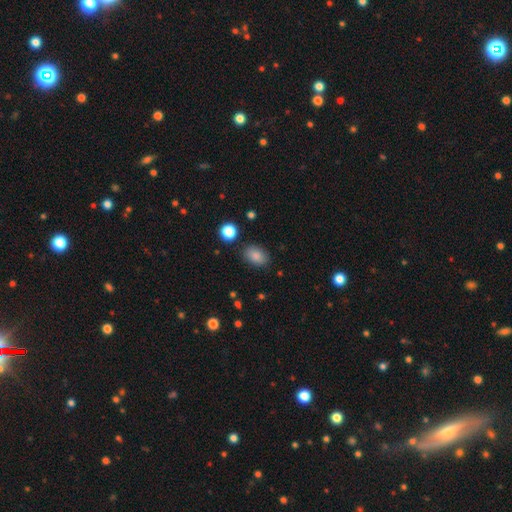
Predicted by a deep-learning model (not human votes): The model was most divided on "how rounded": in between: 82%, round: 17%, cigar-shaped: 1%. More confident: smooth or featured — smooth (86%); merging — none (84%).